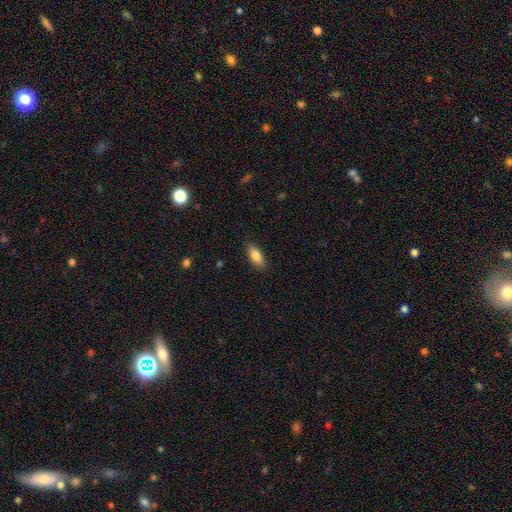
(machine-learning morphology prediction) The model was most divided on "how rounded": in between: 83%, cigar-shaped: 14%, round: 3%. More confident: merging — none (87%); smooth or featured — smooth (84%).